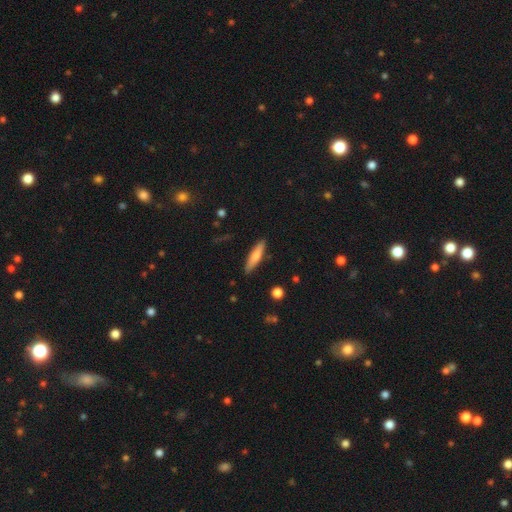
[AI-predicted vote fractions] Smooth or featured? smooth (68%)
How rounded? cigar-shaped (82%)
Merging? none (87%)